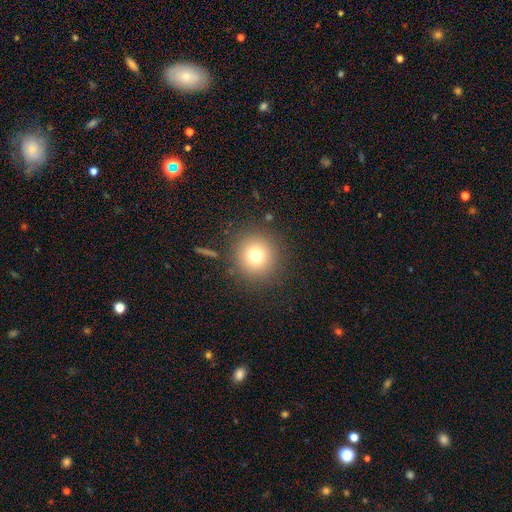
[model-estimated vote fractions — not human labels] Morphology: type=smooth (75%); roundness=round (94%); merging=none (87%).